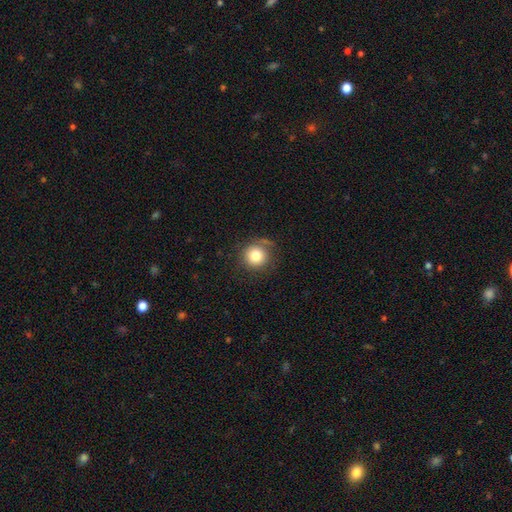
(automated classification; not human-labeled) Overall: smooth (80%). How rounded: round (93%). Merging: none (76%).